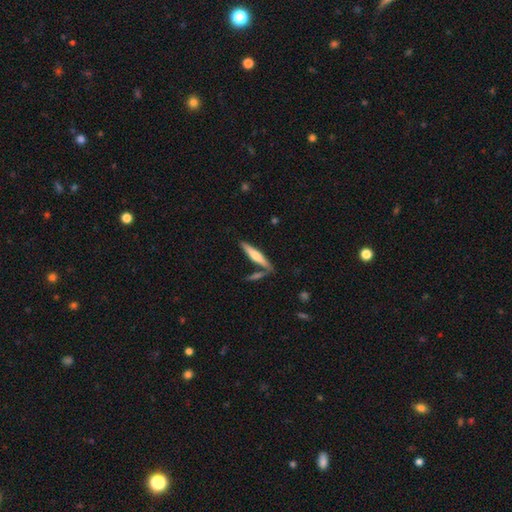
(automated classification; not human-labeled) A smooth galaxy with no disk features (53%) that is cigar-shaped (88%). Merging: none (71%).